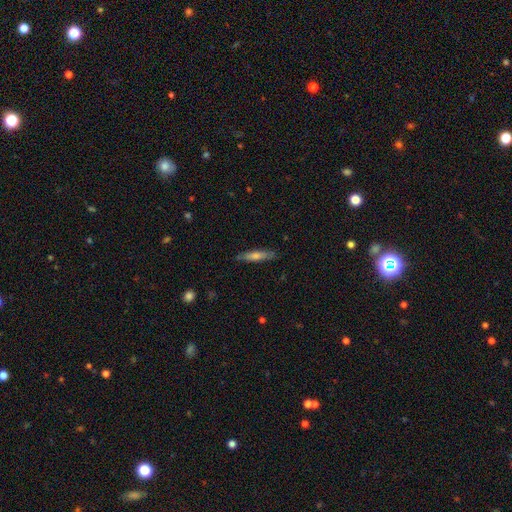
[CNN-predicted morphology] A smooth galaxy with no disk features (54%) that is cigar-shaped (87%).

Vote fractions:
- Smooth or featured? smooth: 54% / featured or disk: 39% / star or artifact: 7%
- How rounded? cigar-shaped: 87% / in between: 11% / round: 2%
- Merging? none: 85% / minor disturbance: 12% / major disturbance: 2% / merger: 1%